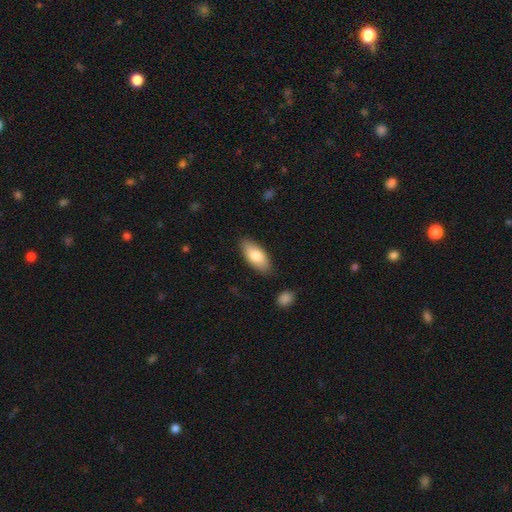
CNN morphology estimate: This appears to be a smooth galaxy with no disk features (81%) that is in between round and cigar-shaped (87%). Merging: none (84%).